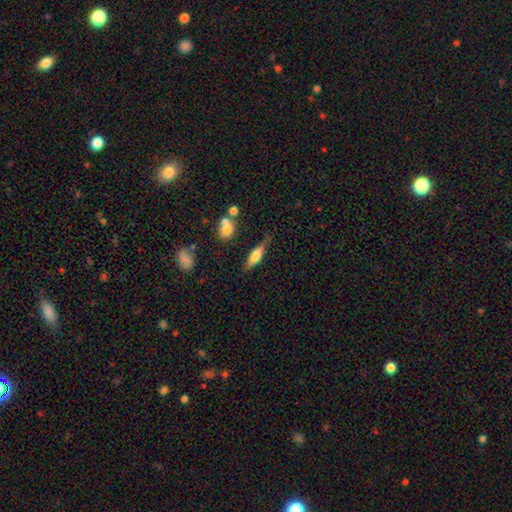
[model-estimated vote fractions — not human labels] smooth 54%, featured or disk 39%, star or artifact 7%. Down the decision tree: how rounded — in between (49%); merging — none (69%).